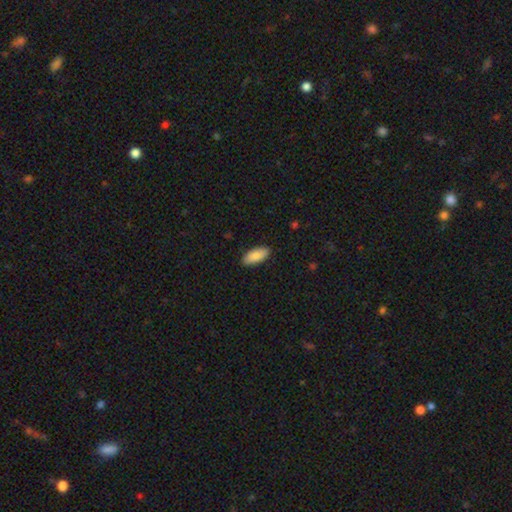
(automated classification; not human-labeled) The model was most divided on "how rounded": in between: 88%, cigar-shaped: 10%, round: 2%. More confident: merging — none (89%); smooth or featured — smooth (87%).